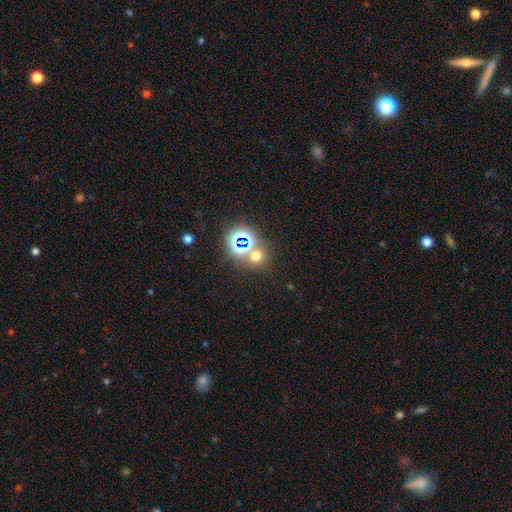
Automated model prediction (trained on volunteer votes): Overall: smooth (51%; star or artifact 41%). How rounded: round (84%). Merging: none (67%).